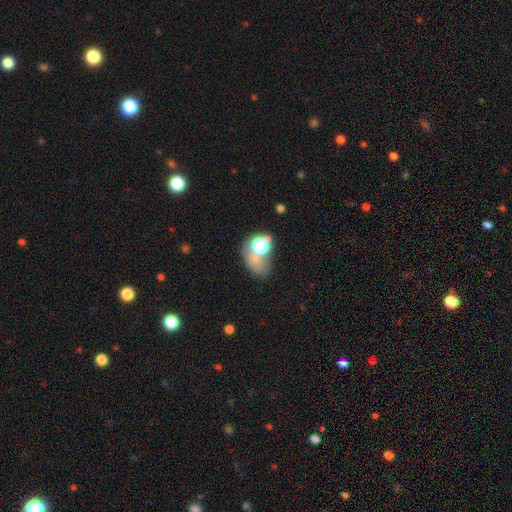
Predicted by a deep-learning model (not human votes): smooth-or-featured: smooth: 53% | star or artifact: 29% | featured or disk: 18%
  how-rounded: in between: 61% | round: 37% | cigar-shaped: 2%
  merging: none: 37% | major disturbance: 25% | merger: 19% | minor disturbance: 18%